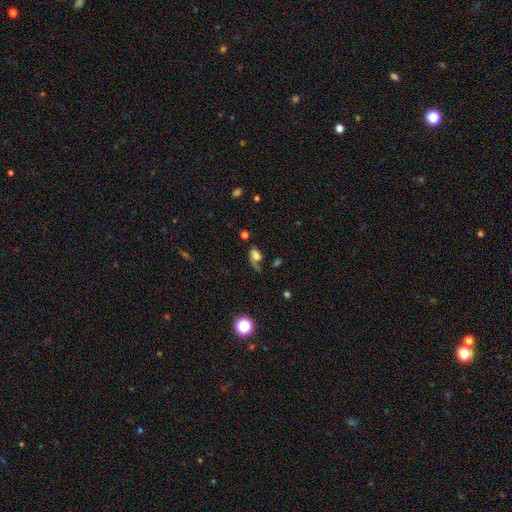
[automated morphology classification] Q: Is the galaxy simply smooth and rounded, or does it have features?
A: smooth — 52%.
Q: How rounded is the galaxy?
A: in between — 74%.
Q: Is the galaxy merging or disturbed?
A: major disturbance — 37%.